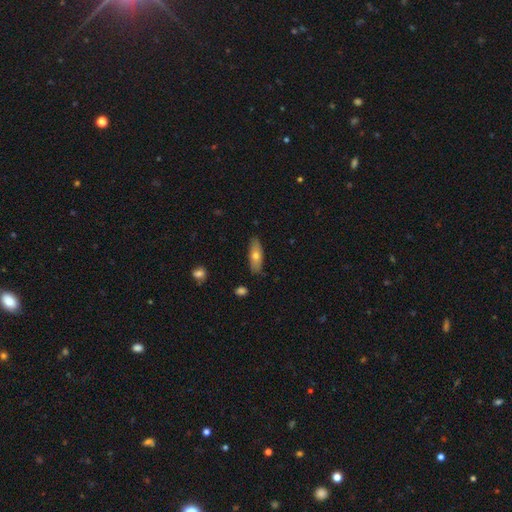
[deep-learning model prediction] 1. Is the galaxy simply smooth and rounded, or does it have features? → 68% smooth, 26% featured or disk, 6% star or artifact.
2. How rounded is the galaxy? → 63% in between, 34% cigar-shaped, 3% round.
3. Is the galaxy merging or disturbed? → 86% none, 11% minor disturbance, 2% major disturbance, 1% merger.